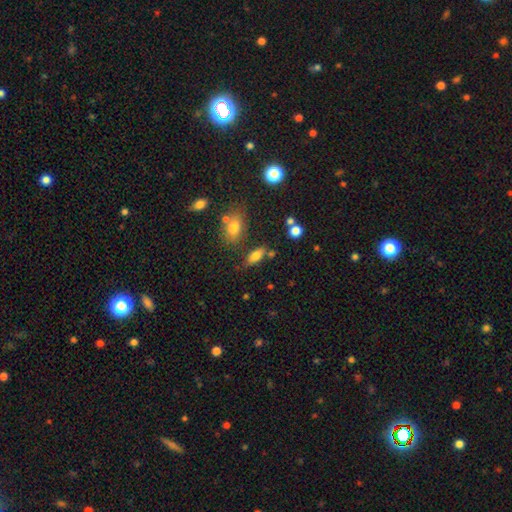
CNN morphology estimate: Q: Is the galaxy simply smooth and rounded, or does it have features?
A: smooth — 76%.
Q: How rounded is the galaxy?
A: in between — 81%.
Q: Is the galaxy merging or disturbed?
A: none — 66%.